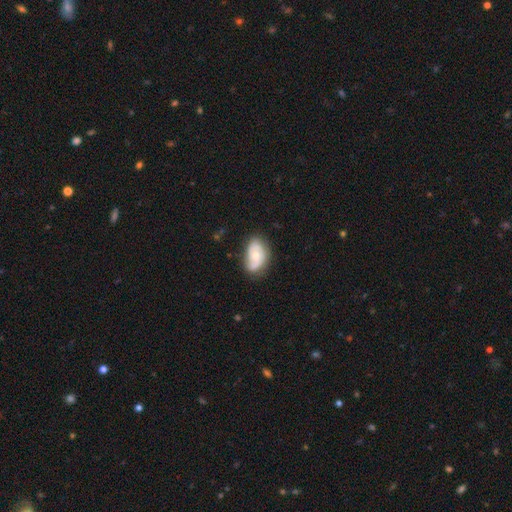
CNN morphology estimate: Smooth or featured: featured or disk — 58% (smooth — 35%)
Edge-on disk: no — 95% (yes — 5%)
Bar: no — 77% (weak — 19%)
Spiral arms: yes — 73% (no — 27%)
Bulge size: moderate — 66% (small — 28%)
Merging: none — 66% (minor disturbance — 25%)